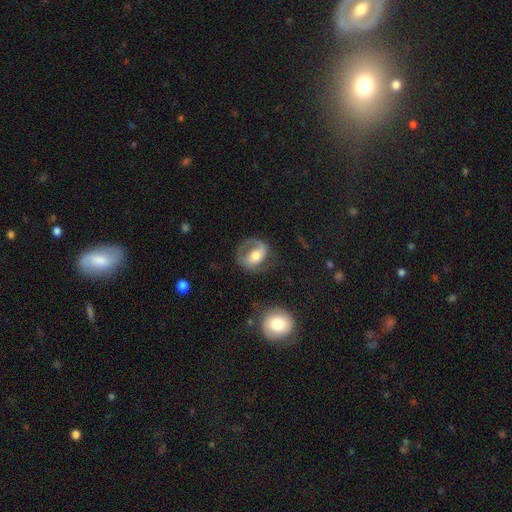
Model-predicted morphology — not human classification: This is likely a featured or disk galaxy (64%). It is clearly not viewed edge-on (96%). Bar: marginally weak (37%). Spiral arm pattern: likely yes (78%). Central bulge: likely moderate (66%). Merging: possibly none (55%).